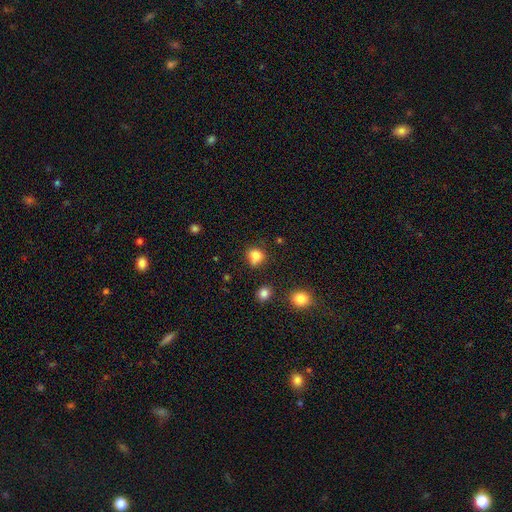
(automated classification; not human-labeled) smooth 81%, star or artifact 12%, featured or disk 7%. Down the decision tree: how rounded — round (67%); merging — none (58%).